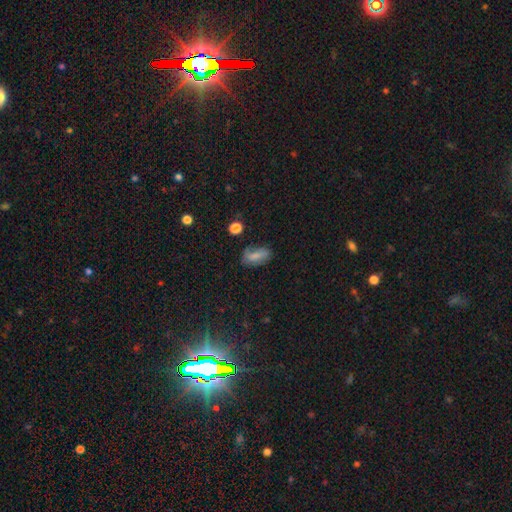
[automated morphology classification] Smooth or featured? smooth (65%)
How rounded? in between (87%)
Merging? none (57%)